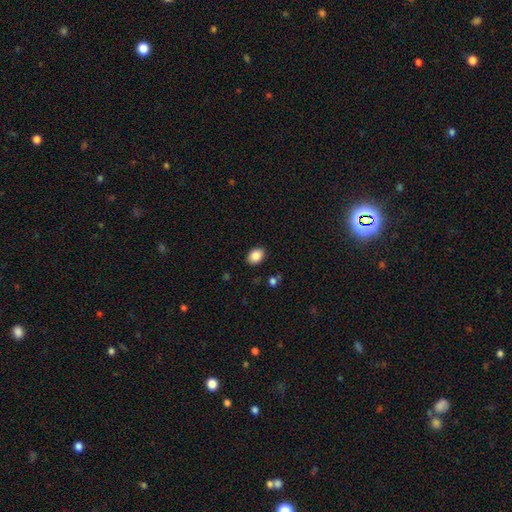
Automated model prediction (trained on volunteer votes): Smooth or featured?
  - smooth: 87% *
  - star or artifact: 8%
  - featured or disk: 5%
How rounded?
  - in between: 71% *
  - round: 28%
  - cigar-shaped: 1%
Merging?
  - none: 88% *
  - minor disturbance: 8%
  - major disturbance: 2%
  - merger: 1%